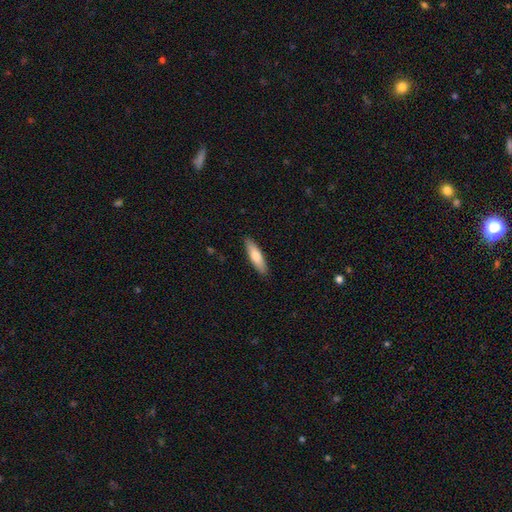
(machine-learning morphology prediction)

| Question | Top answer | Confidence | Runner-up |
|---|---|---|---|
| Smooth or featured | smooth | 74% | featured or disk (21%) |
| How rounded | cigar-shaped | 64% | in between (35%) |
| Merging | none | 90% | minor disturbance (8%) |